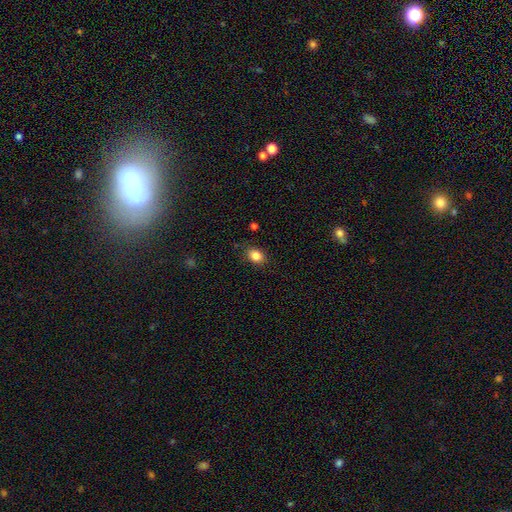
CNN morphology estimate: Q: Smooth or featured?
A: smooth (84%); runner-up: star or artifact (10%)
Q: How rounded?
A: in between (69%); runner-up: round (30%)
Q: Merging?
A: none (83%); runner-up: minor disturbance (12%)